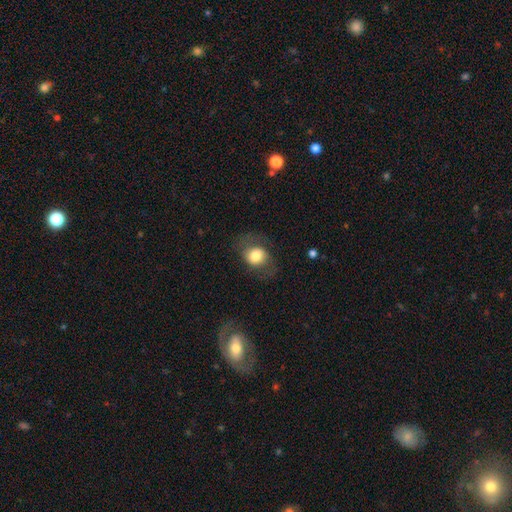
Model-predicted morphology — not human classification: A smooth galaxy with no disk features (69%) that is round (59%). Merging: none (67%).